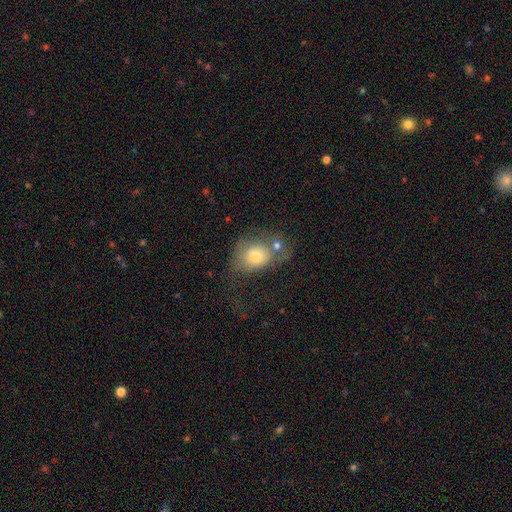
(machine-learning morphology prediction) A smooth galaxy with no disk features (66%) that is in between round and cigar-shaped (51%). Merging: major disturbance (32%).